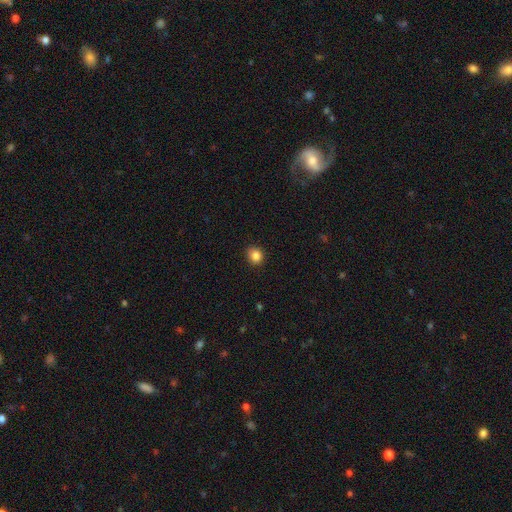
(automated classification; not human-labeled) Q: Smooth or featured?
A: smooth (85%); runner-up: star or artifact (10%)
Q: How rounded?
A: round (71%); runner-up: in between (28%)
Q: Merging?
A: none (86%); runner-up: minor disturbance (10%)